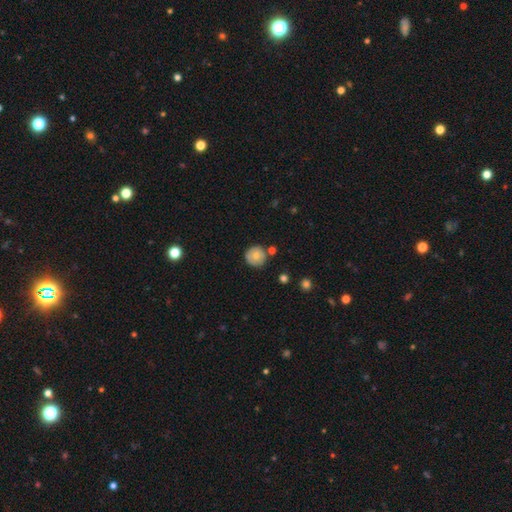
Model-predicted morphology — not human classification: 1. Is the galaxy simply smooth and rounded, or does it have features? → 73% smooth, 18% featured or disk, 9% star or artifact.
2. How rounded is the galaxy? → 94% round, 5% in between, 1% cigar-shaped.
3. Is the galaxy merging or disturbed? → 79% none, 13% minor disturbance, 6% merger, 3% major disturbance.